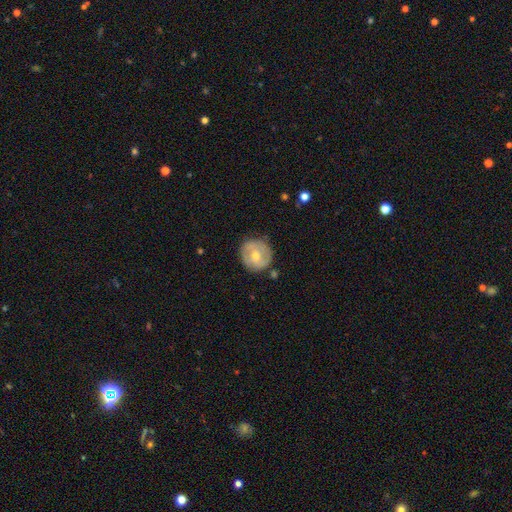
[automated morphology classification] This is possibly a featured or disk galaxy (57%). It is clearly not viewed edge-on (96%). Bar: possibly no (47%). Spiral arm pattern: likely yes (62%). Central bulge: likely moderate (65%). Merging: clearly none (82%).